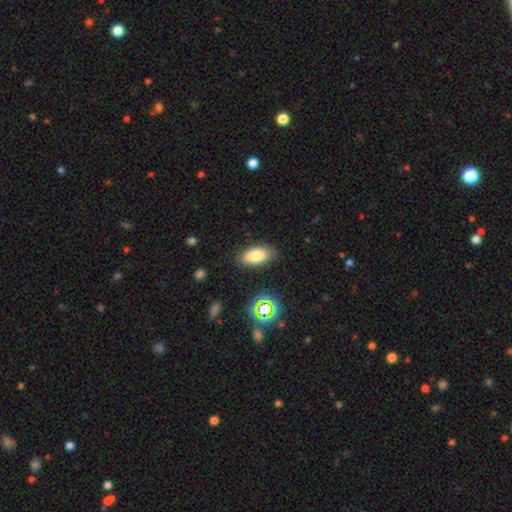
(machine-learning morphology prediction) A smooth galaxy with no disk features (79%) that is in between round and cigar-shaped (92%).

Vote fractions:
- Smooth or featured? smooth: 79% / featured or disk: 11% / star or artifact: 10%
- How rounded? in between: 92% / cigar-shaped: 4% / round: 4%
- Merging? none: 84% / minor disturbance: 11% / major disturbance: 3% / merger: 2%